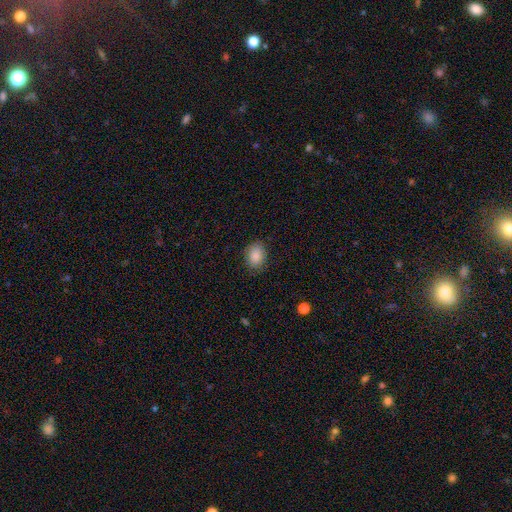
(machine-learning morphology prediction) Smooth or featured? smooth (87%)
How rounded? in between (64%)
Merging? none (83%)